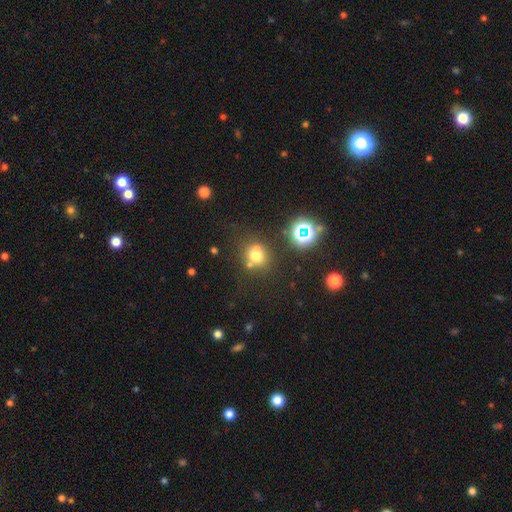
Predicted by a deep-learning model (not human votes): smooth 60%, star or artifact 24%, featured or disk 16%. Down the decision tree: how rounded — round (79%); merging — none (53%).